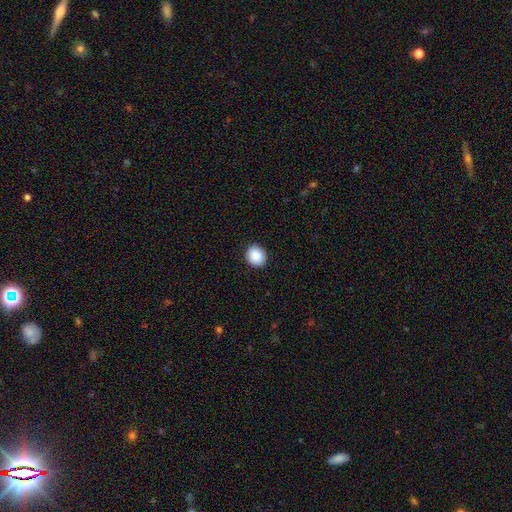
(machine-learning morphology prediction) smooth-or-featured: smooth: 89% | star or artifact: 8% | featured or disk: 3%
  how-rounded: round: 76% | in between: 23% | cigar-shaped: 1%
  merging: none: 91% | minor disturbance: 6% | major disturbance: 2% | merger: 1%